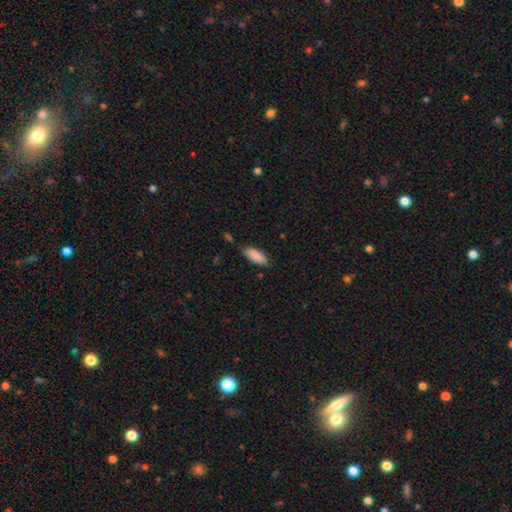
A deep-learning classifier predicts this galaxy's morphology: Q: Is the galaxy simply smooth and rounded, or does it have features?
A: smooth — 88%.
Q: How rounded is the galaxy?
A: in between — 80%.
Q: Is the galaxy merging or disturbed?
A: none — 76%.